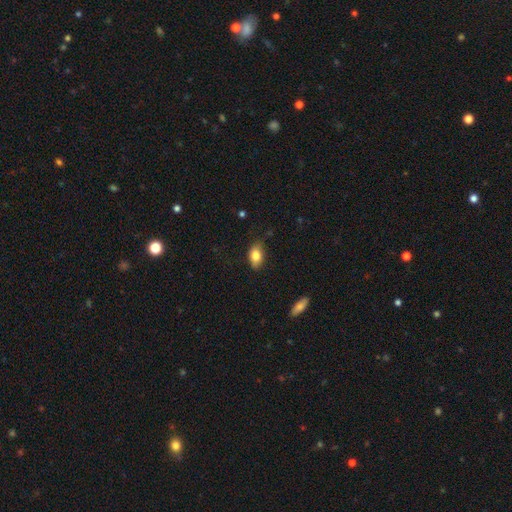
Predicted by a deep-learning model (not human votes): smooth_or_featured: smooth (p=0.81) [alt: featured or disk p=0.11]
how_rounded: in between (p=0.88) [alt: round p=0.09]
merging: none (p=0.77) [alt: minor disturbance p=0.18]